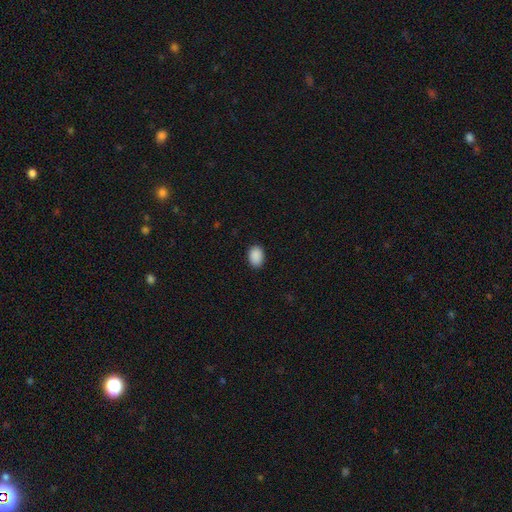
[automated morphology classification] Smooth or featured: smooth — 90% (star or artifact — 7%)
How rounded: in between — 78% (round — 21%)
Merging: none — 89% (minor disturbance — 8%)